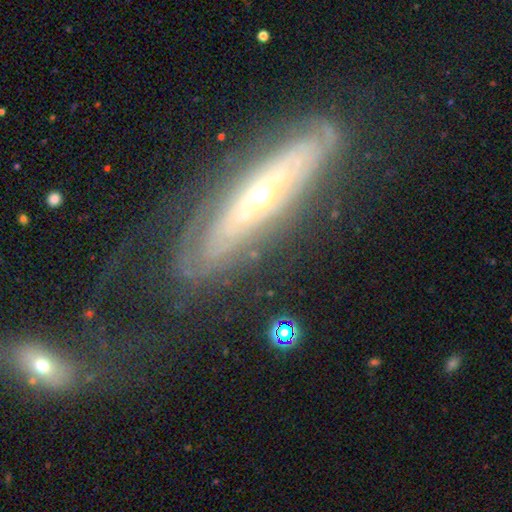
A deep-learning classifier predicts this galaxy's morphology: Smooth or featured? featured or disk (82%)
Edge-on disk? no (67%)
Bar? no (73%)
Spiral arms? yes (75%)
Bulge size? moderate (51%)
Merging? none (69%)